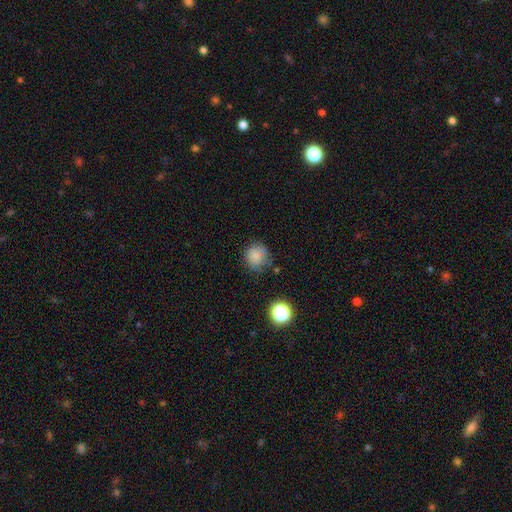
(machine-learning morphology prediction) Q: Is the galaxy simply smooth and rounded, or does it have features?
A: smooth — 76%.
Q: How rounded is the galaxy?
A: round — 83%.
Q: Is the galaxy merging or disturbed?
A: none — 65%.